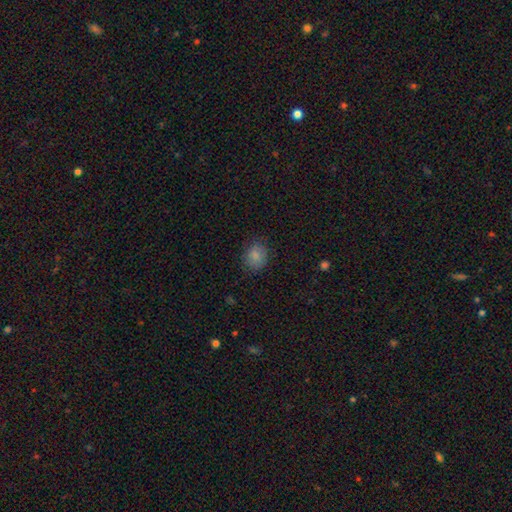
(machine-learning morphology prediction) Q: Smooth or featured?
A: smooth (84%); runner-up: star or artifact (10%)
Q: How rounded?
A: round (56%); runner-up: in between (43%)
Q: Merging?
A: none (80%); runner-up: minor disturbance (15%)